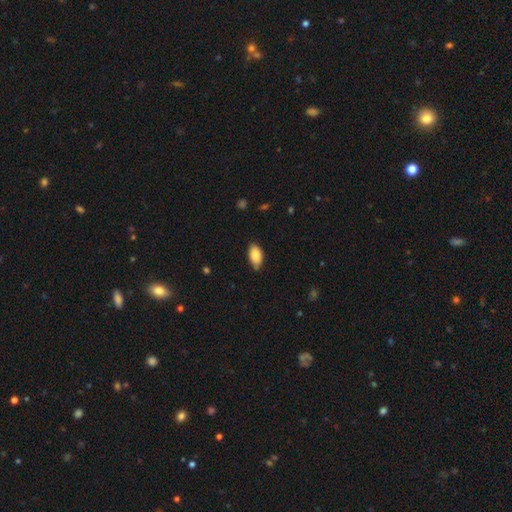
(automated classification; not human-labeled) Smooth or featured? Predicted: smooth (p=0.85). How rounded? Predicted: in between (p=0.94). Merging? Predicted: none (p=0.75).